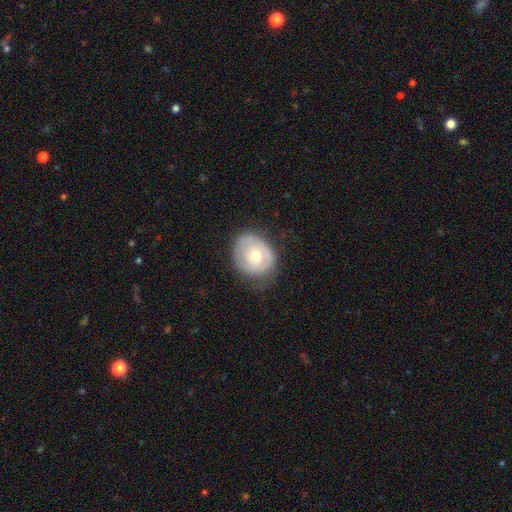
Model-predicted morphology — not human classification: smooth-or-featured: featured or disk: 50% | smooth: 44% | star or artifact: 6%
  disk-edge-on: no: 97% | yes: 3%
  merging: none: 64% | minor disturbance: 26% | major disturbance: 9% | merger: 1%